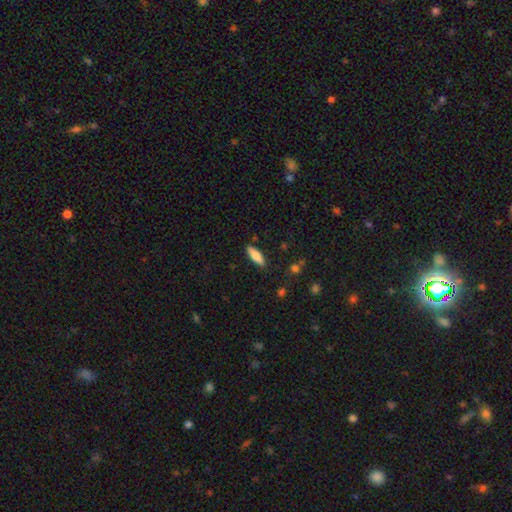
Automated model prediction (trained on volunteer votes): Smooth or featured: smooth — 73% (featured or disk — 21%)
How rounded: in between — 51% (cigar-shaped — 48%)
Merging: none — 87% (minor disturbance — 9%)